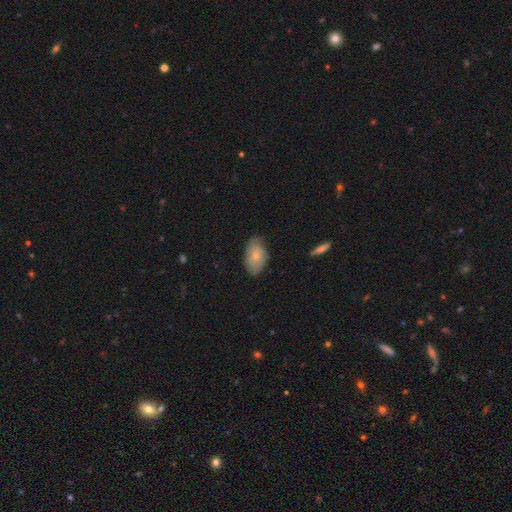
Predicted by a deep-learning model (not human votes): Q: Smooth or featured?
A: smooth (75%); runner-up: featured or disk (19%)
Q: How rounded?
A: in between (91%); runner-up: round (7%)
Q: Merging?
A: none (74%); runner-up: minor disturbance (21%)